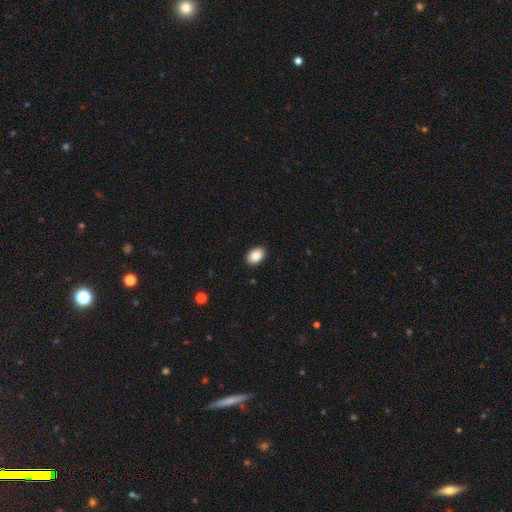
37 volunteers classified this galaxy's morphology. smooth_or_featured: smooth (p=0.97) [alt: featured or disk p=0.03]
how_rounded: in between (p=0.86) [alt: round p=0.14]
merging: none (p=1.00)